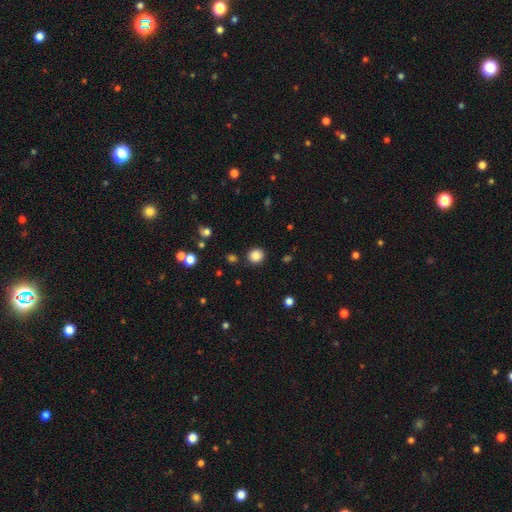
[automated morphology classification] smooth-or-featured: smooth: 85% | star or artifact: 11% | featured or disk: 3%
  how-rounded: round: 90% | in between: 9% | cigar-shaped: 1%
  merging: none: 89% | minor disturbance: 6% | major disturbance: 2% | merger: 2%